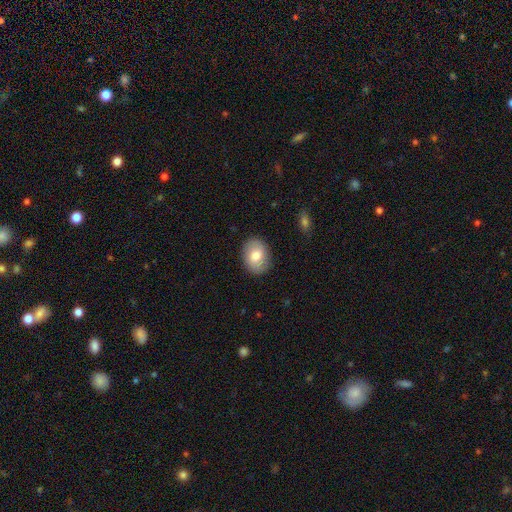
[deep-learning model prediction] A smooth galaxy with no disk features (76%) that is in between round and cigar-shaped (66%). Merging: none (87%).